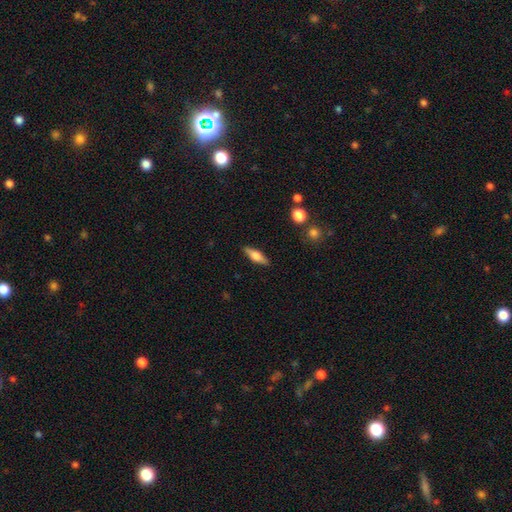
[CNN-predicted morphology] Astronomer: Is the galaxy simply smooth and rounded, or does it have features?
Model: smooth — 52% (runner-up: featured or disk, 41%).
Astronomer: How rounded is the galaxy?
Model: in between — 50% (runner-up: cigar-shaped, 46%).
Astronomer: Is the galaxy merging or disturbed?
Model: none — 87%.